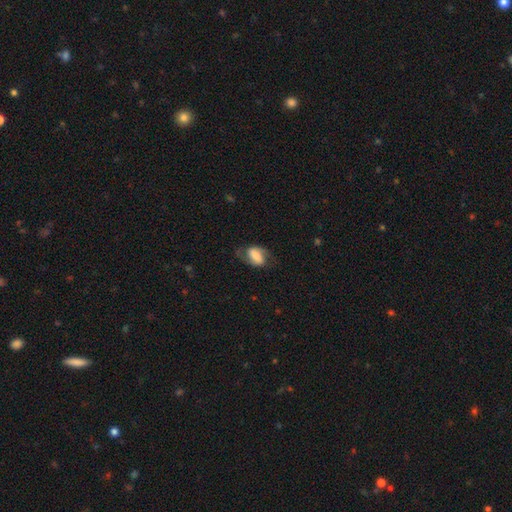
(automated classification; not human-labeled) Morphology: type=featured or disk (51%); edge-on=no (96%); merging=none (62%).